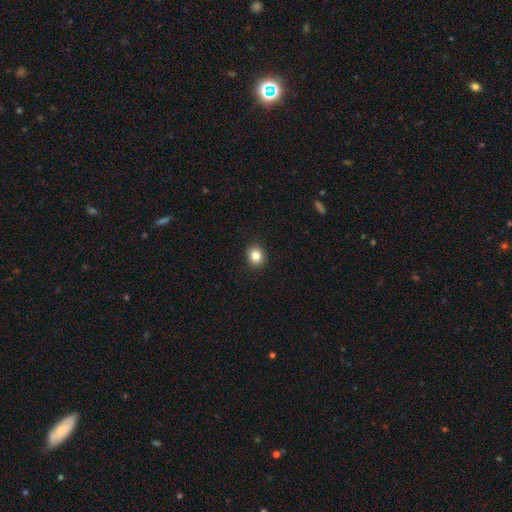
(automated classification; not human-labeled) Smooth or featured? Predicted: smooth (p=0.83). How rounded? Predicted: round (p=0.76). Merging? Predicted: none (p=0.92).